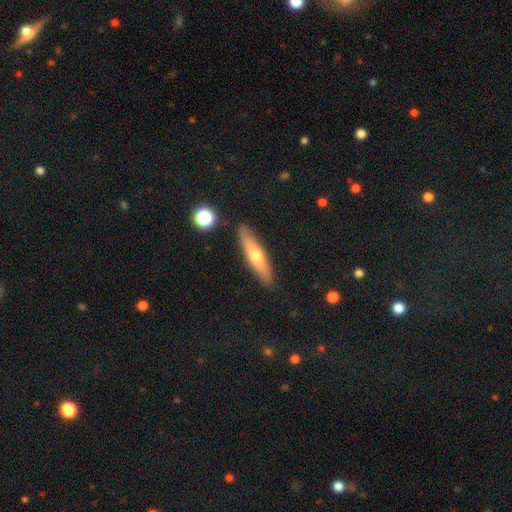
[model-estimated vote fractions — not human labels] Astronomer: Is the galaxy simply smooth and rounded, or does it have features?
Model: smooth — 50% (runner-up: featured or disk, 43%).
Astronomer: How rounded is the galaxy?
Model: cigar-shaped — 79%.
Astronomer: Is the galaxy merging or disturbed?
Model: none — 88%.